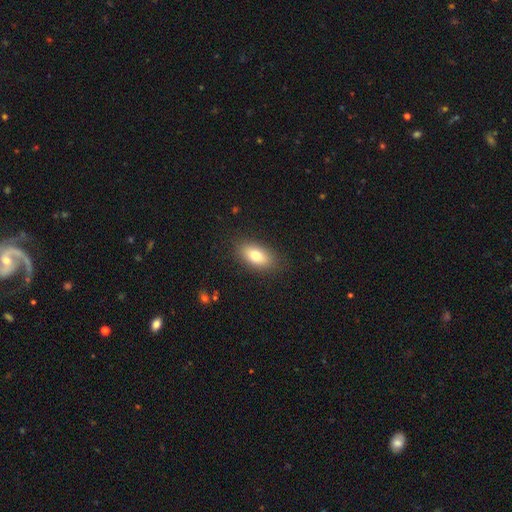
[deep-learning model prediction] smooth_or_featured: smooth (p=0.77) [alt: featured or disk p=0.15]
how_rounded: in between (p=0.88) [alt: cigar-shaped p=0.06]
merging: none (p=0.86) [alt: minor disturbance p=0.10]